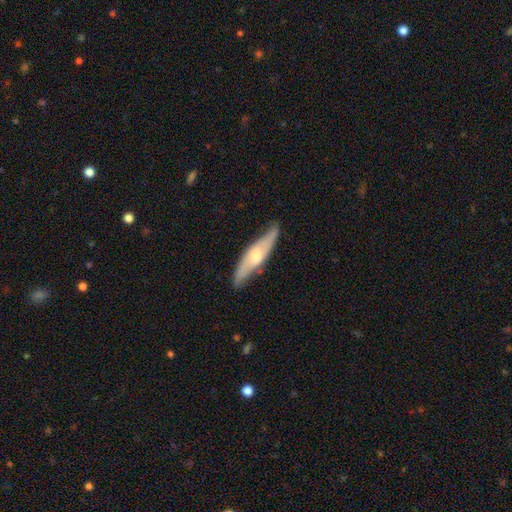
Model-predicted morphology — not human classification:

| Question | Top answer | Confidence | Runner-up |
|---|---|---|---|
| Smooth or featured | featured or disk | 63% | smooth (31%) |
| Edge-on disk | yes | 57% | no (43%) |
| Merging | none | 76% | minor disturbance (18%) |